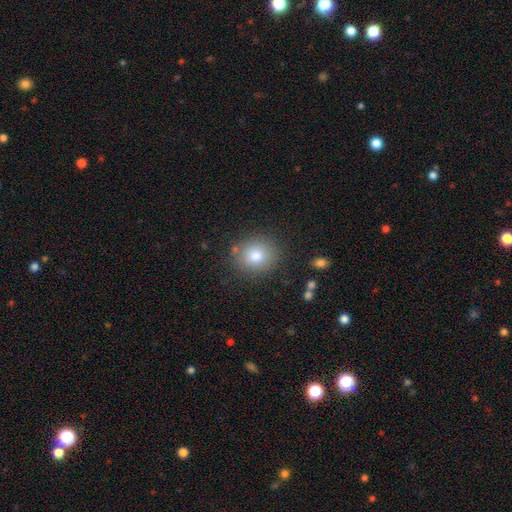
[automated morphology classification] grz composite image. It shows a smooth galaxy with no disk features (80%) that is round (79%). Merging: none (83%).